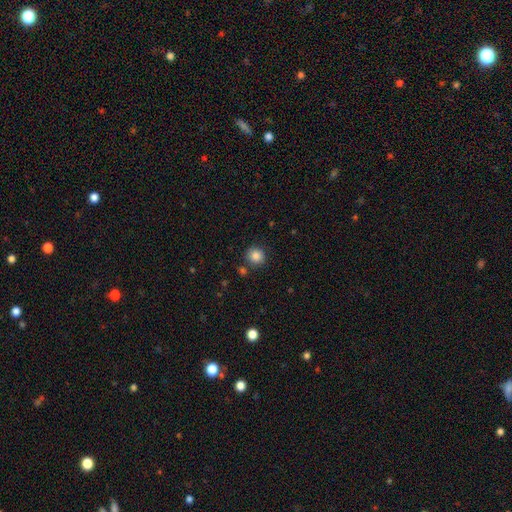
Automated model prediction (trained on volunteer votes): smooth_or_featured: smooth (p=0.85) [alt: star or artifact p=0.10]
how_rounded: round (p=0.92) [alt: in between p=0.07]
merging: none (p=0.84) [alt: minor disturbance p=0.09]